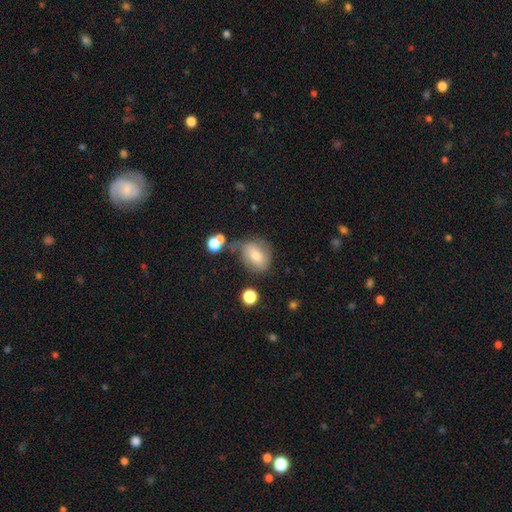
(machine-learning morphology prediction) A smooth galaxy with no disk features (62%) that is in between round and cigar-shaped (55%).

Vote fractions:
- Smooth or featured? smooth: 62% / featured or disk: 27% / star or artifact: 12%
- How rounded? in between: 55% / round: 43% / cigar-shaped: 2%
- Merging? none: 50% / minor disturbance: 26% / major disturbance: 14% / merger: 10%